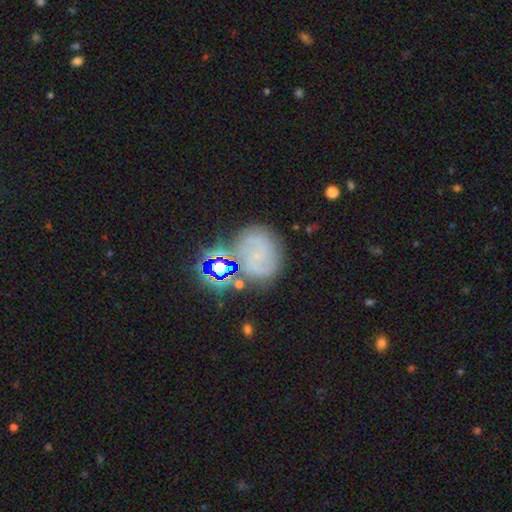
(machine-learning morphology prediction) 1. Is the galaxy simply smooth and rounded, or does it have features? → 40% featured or disk, 31% star or artifact, 29% smooth.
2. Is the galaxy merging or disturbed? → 59% none, 18% minor disturbance, 13% merger, 10% major disturbance.